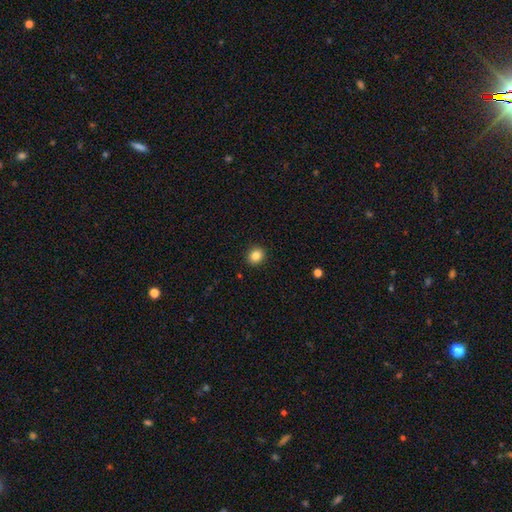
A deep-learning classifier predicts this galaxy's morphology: A smooth galaxy with no disk features (85%) that is round (74%).

Vote fractions:
- Smooth or featured? smooth: 85% / star or artifact: 10% / featured or disk: 5%
- How rounded? round: 74% / in between: 25% / cigar-shaped: 1%
- Merging? none: 92% / minor disturbance: 6% / major disturbance: 2% / merger: 1%